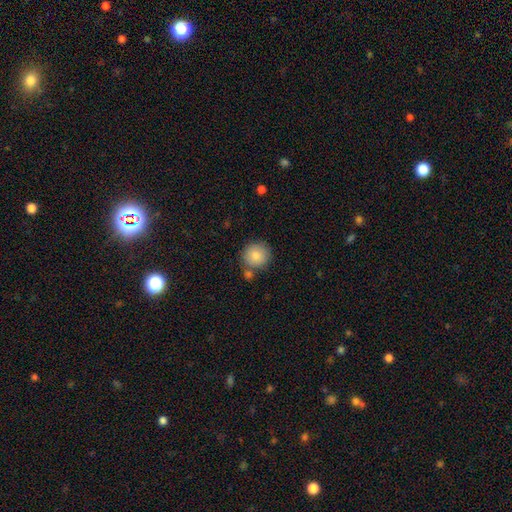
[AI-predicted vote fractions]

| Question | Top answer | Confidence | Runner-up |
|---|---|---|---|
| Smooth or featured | smooth | 83% | featured or disk (9%) |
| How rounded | round | 92% | in between (7%) |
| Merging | none | 74% | merger (12%) |